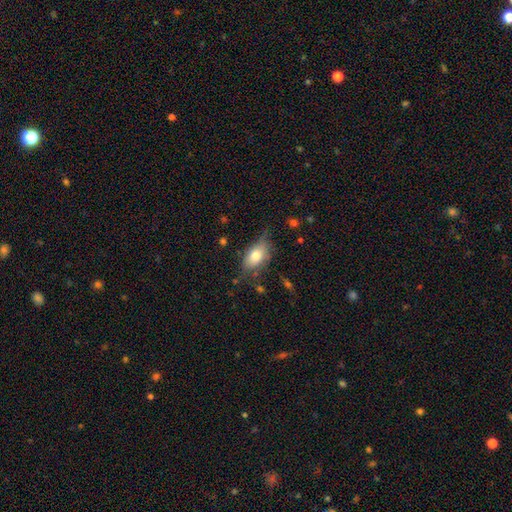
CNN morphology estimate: Smooth or featured? Predicted: smooth (p=0.73). How rounded? Predicted: in between (p=0.86). Merging? Predicted: none (p=0.60).